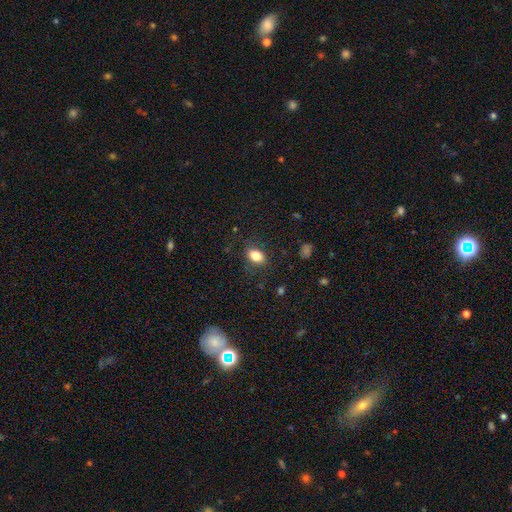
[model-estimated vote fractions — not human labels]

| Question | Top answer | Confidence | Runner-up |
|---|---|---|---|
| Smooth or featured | smooth | 84% | star or artifact (9%) |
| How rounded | in between | 83% | round (15%) |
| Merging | none | 83% | minor disturbance (12%) |